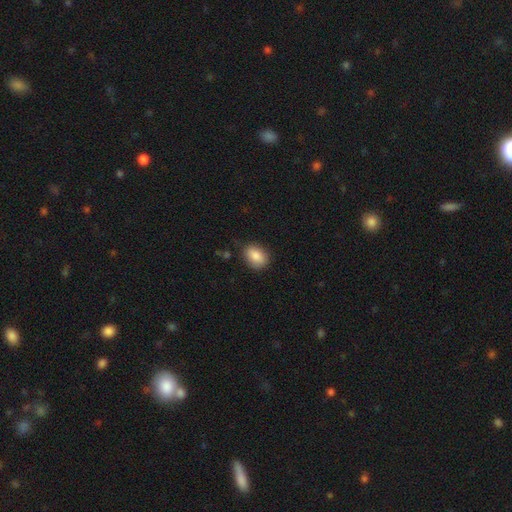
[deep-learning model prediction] Overall: smooth (87%). How rounded: in between (72%). Merging: none (78%).